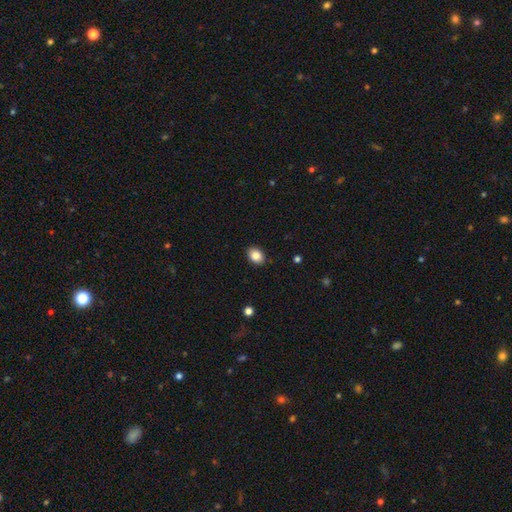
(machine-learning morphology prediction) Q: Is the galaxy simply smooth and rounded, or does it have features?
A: smooth — 86%.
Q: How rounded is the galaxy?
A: in between — 70%.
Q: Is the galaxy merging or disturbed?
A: none — 89%.